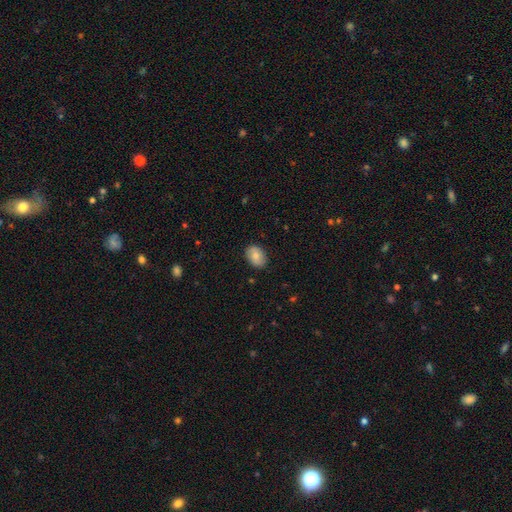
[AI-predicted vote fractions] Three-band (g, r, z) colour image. It shows a smooth galaxy with no disk features (76%) that is in between round and cigar-shaped (78%). Merging: none (86%).